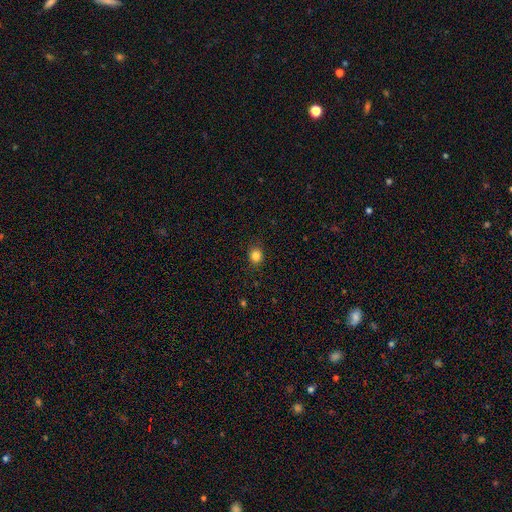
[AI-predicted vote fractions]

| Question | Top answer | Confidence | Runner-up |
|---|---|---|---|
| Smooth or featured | smooth | 84% | star or artifact (12%) |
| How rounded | round | 75% | in between (24%) |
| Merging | none | 88% | minor disturbance (8%) |